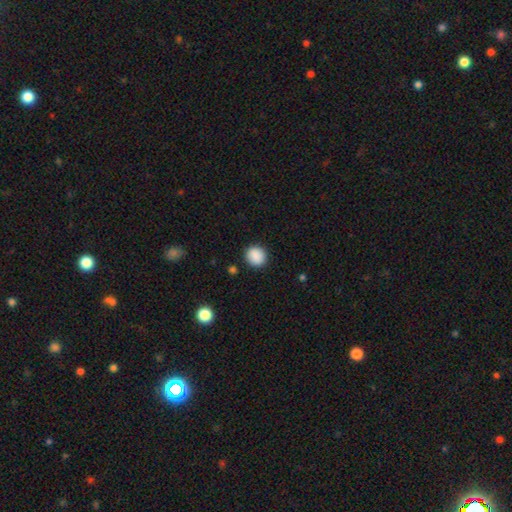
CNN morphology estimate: A smooth galaxy with no disk features (89%) that is round (85%). Merging: none (89%).